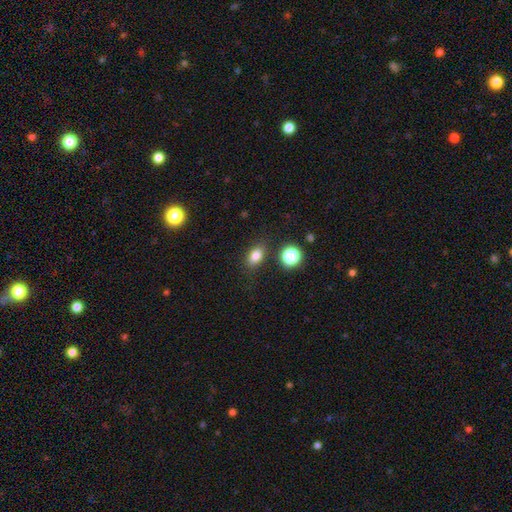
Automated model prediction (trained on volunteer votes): Morphology: type=smooth (80%); roundness=in between (79%); merging=none (81%).